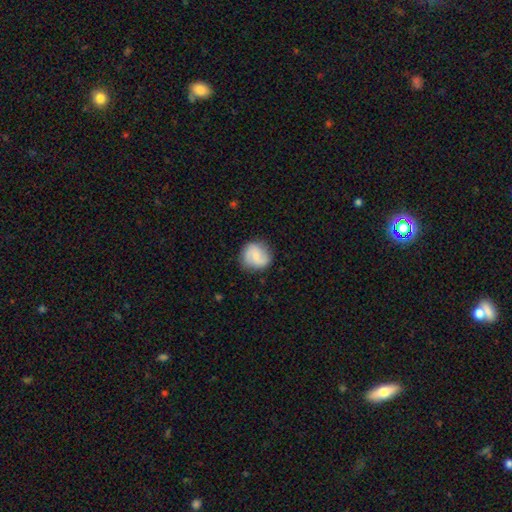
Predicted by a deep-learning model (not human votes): The model was most divided on "bar": weak: 48%, no: 41%, strong: 10%. More confident: edge-on disk — no (98%); spiral arms — yes (91%); merging — none (82%); smooth or featured — featured or disk (52%); bulge size — small (52%).